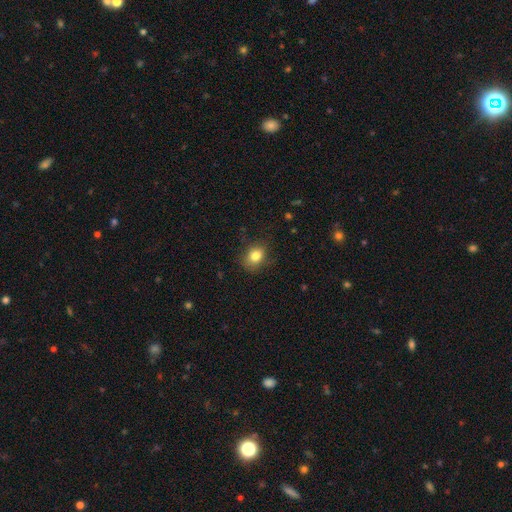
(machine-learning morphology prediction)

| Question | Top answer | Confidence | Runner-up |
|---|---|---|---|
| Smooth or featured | smooth | 82% | star or artifact (10%) |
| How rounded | in between | 53% | round (46%) |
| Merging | none | 76% | minor disturbance (18%) |